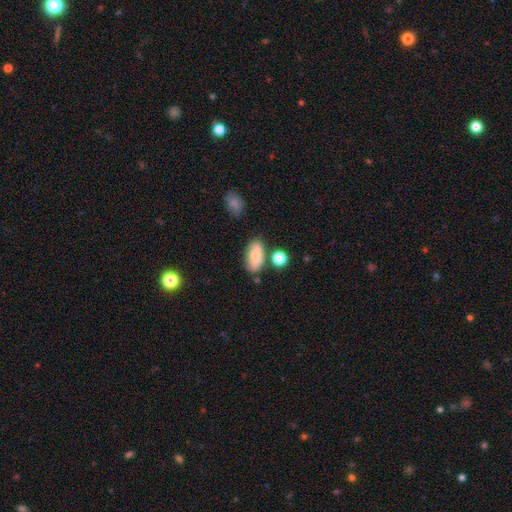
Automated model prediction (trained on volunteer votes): Overall: smooth (71%). How rounded: in between (88%). Merging: none (57%; minor disturbance 23%).